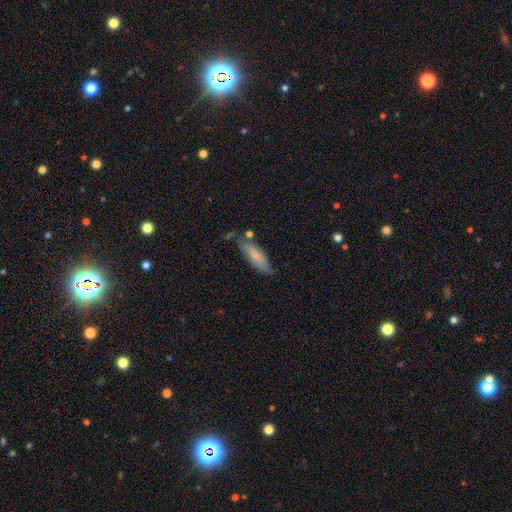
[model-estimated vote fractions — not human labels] Smooth or featured: smooth — 68% (featured or disk — 26%)
How rounded: in between — 50% (cigar-shaped — 48%)
Merging: none — 60% (minor disturbance — 26%)